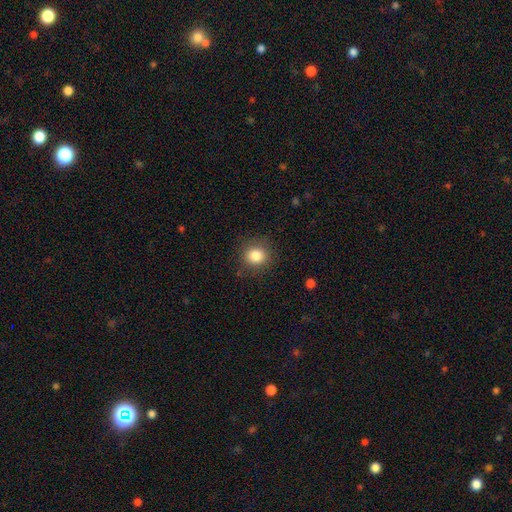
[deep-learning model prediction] A smooth galaxy with no disk features (83%) that is round (88%). Merging: none (87%).